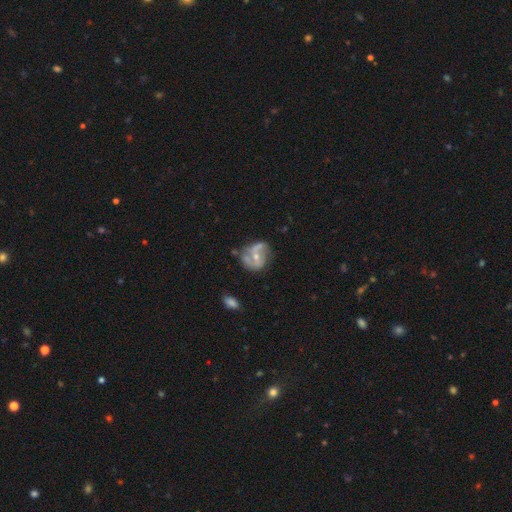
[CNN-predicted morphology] type=featured or disk (71%); edge-on=no (97%); bar=no (47%); spiral arms=yes (75%); winding=medium (43%); arm count=2 (73%); bulge=moderate (52%); merging=none (50%).